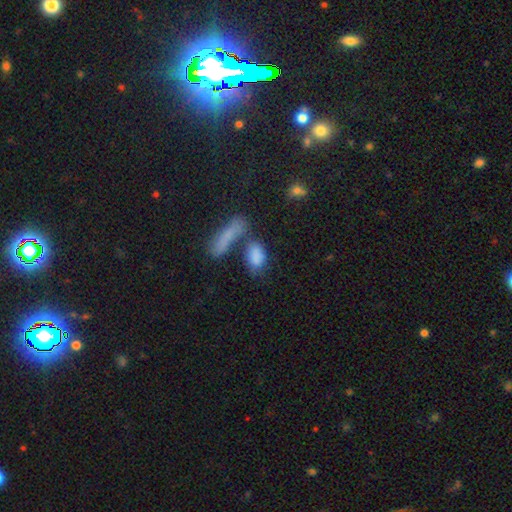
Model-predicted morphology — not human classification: Overall: smooth (77%). How rounded: in between (74%). Merging: none (40%; merger 37%).